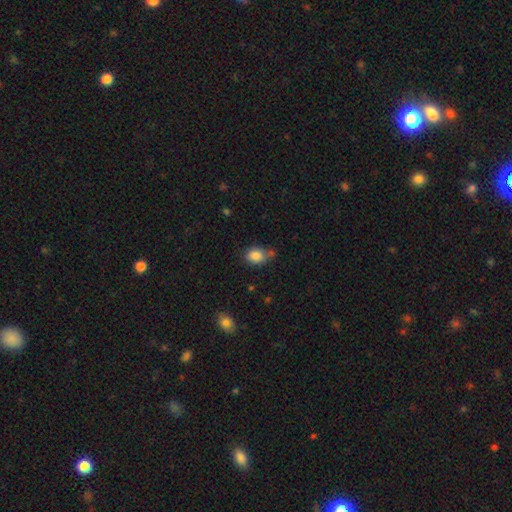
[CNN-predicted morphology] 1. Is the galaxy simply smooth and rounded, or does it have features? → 84% smooth, 10% star or artifact, 7% featured or disk.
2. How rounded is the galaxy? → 64% in between, 35% round, 1% cigar-shaped.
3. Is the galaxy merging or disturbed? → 57% none, 26% minor disturbance, 11% merger, 6% major disturbance.